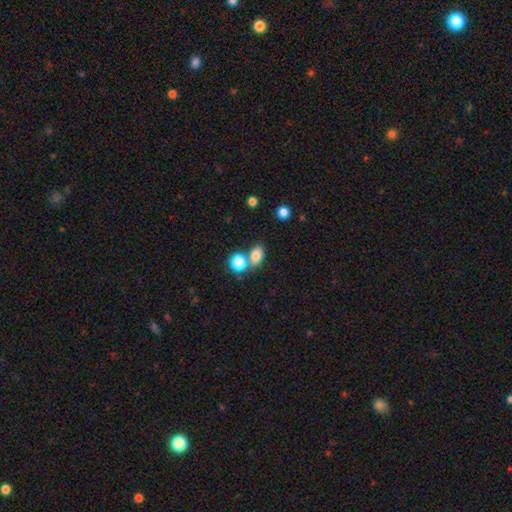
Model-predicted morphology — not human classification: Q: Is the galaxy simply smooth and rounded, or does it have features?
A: smooth — 81%.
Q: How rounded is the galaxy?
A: in between — 72%.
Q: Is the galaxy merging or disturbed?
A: none — 55%.